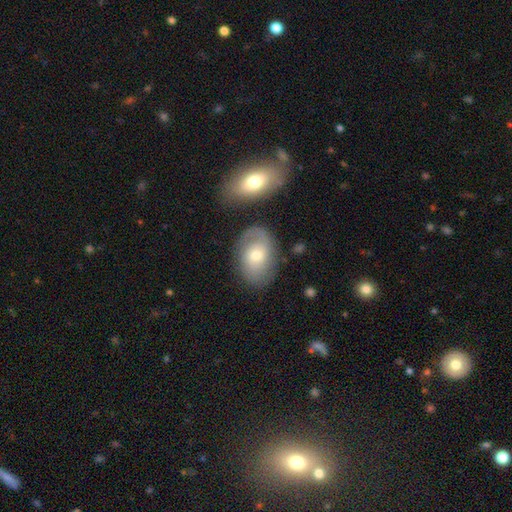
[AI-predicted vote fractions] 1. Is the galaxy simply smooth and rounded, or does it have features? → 53% featured or disk, 38% smooth, 9% star or artifact.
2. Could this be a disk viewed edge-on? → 94% no, 6% yes.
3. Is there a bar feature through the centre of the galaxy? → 72% no, 23% weak, 4% strong.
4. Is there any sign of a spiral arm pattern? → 74% yes, 26% no.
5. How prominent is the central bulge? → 57% moderate, 38% small, 3% large, 1% none, 1% dominant.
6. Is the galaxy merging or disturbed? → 71% none, 17% minor disturbance, 6% major disturbance, 6% merger.